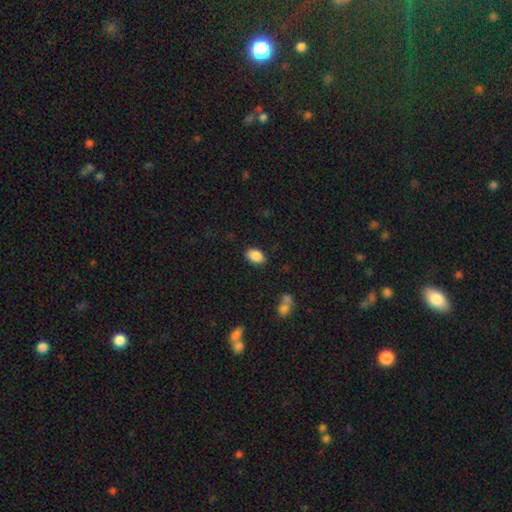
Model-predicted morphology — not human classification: Smooth or featured?
  - smooth: 88% *
  - star or artifact: 8%
  - featured or disk: 4%
How rounded?
  - in between: 84% *
  - round: 15%
  - cigar-shaped: 1%
Merging?
  - none: 83% *
  - minor disturbance: 12%
  - major disturbance: 3%
  - merger: 2%